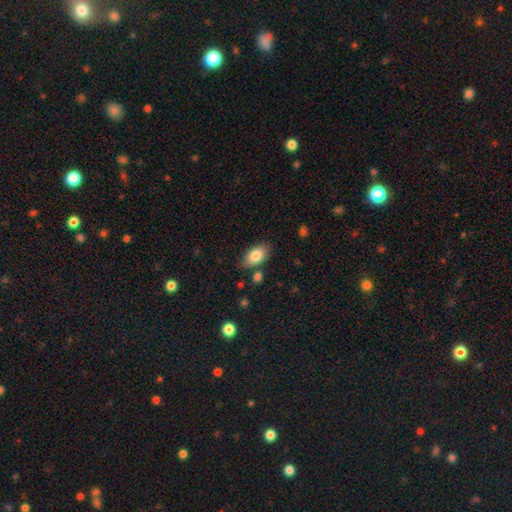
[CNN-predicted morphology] A smooth galaxy with no disk features (83%) that is in between round and cigar-shaped (92%). Merging: none (79%).